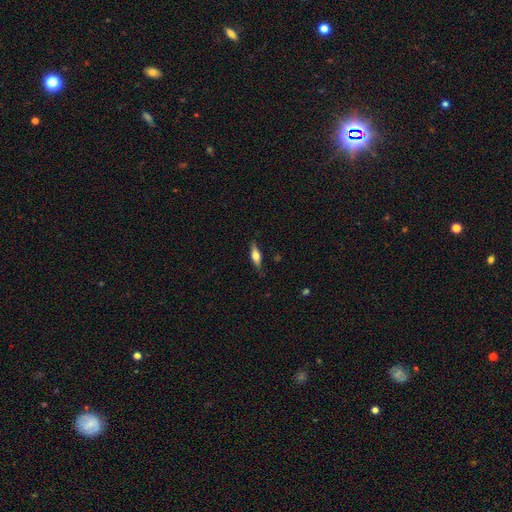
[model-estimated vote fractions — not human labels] smooth-or-featured: smooth: 53% | featured or disk: 40% | star or artifact: 7%
  how-rounded: cigar-shaped: 50% | in between: 47% | round: 3%
  merging: none: 79% | minor disturbance: 16% | major disturbance: 4% | merger: 1%